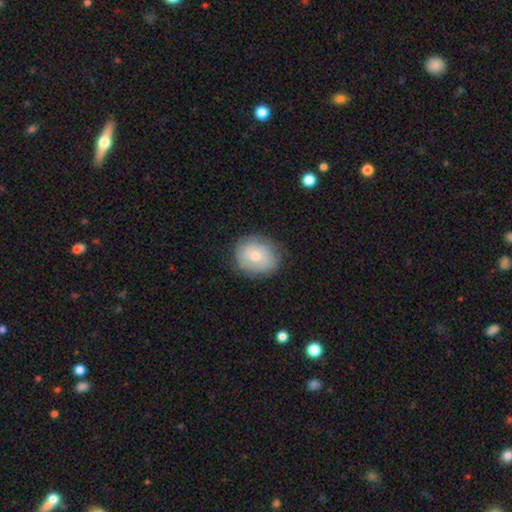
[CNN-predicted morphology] Q: Smooth or featured?
A: smooth (60%); runner-up: featured or disk (33%)
Q: How rounded?
A: round (75%); runner-up: in between (24%)
Q: Merging?
A: none (79%); runner-up: minor disturbance (16%)